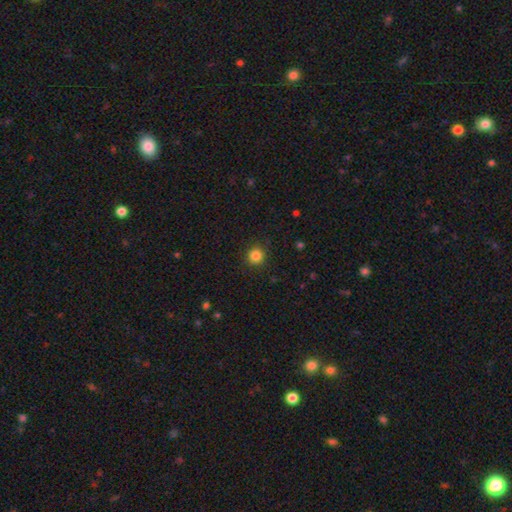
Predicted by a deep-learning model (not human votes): Morphology: type=smooth (85%); roundness=round (93%); merging=none (90%).